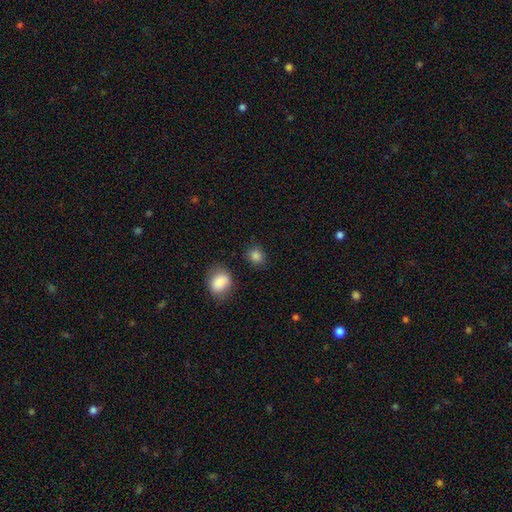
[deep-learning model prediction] Smooth or featured: smooth — 84% (star or artifact — 11%)
How rounded: round — 71% (in between — 28%)
Merging: none — 80% (minor disturbance — 12%)